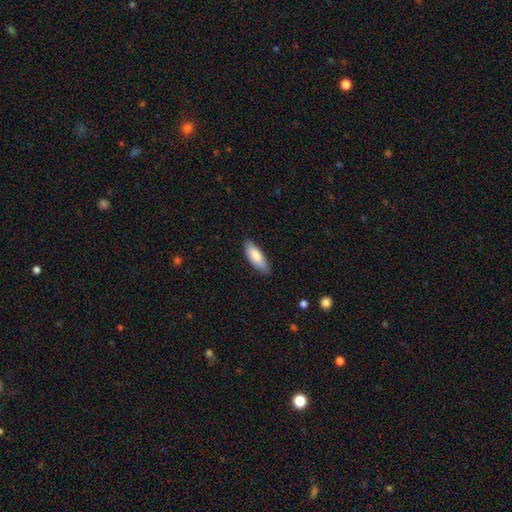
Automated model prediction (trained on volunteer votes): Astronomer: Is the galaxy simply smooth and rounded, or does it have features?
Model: smooth — 83%.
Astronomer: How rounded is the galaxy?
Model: in between — 65%.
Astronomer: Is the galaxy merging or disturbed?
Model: none — 85%.